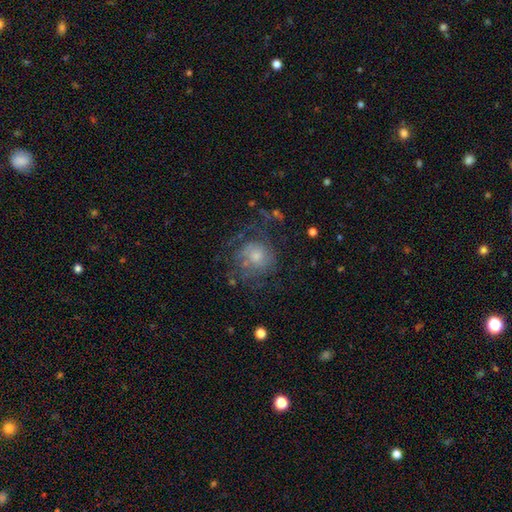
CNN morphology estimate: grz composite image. It shows a featured or disk galaxy (54%) with no bar (81%), spiral arms (70%) and a moderate central bulge (47%). Merging: none (58%).